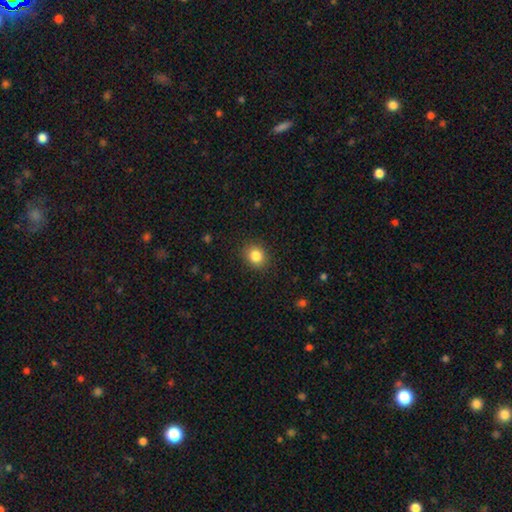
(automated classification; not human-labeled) smooth 85%, star or artifact 10%, featured or disk 5%. Down the decision tree: how rounded — round (71%); merging — none (88%).